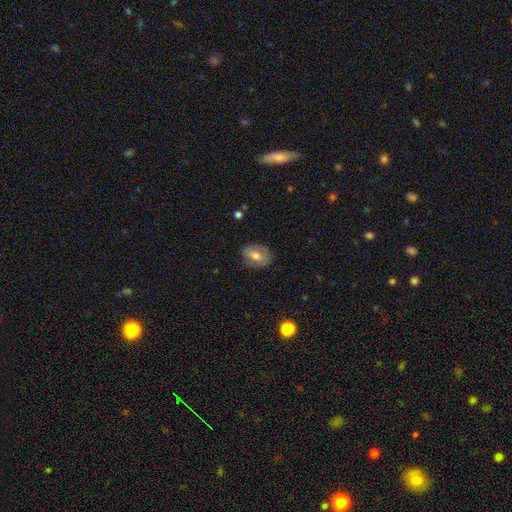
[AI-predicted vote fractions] Q: Smooth or featured?
A: smooth (57%); runner-up: featured or disk (35%)
Q: How rounded?
A: in between (74%); runner-up: round (24%)
Q: Merging?
A: none (80%); runner-up: minor disturbance (15%)